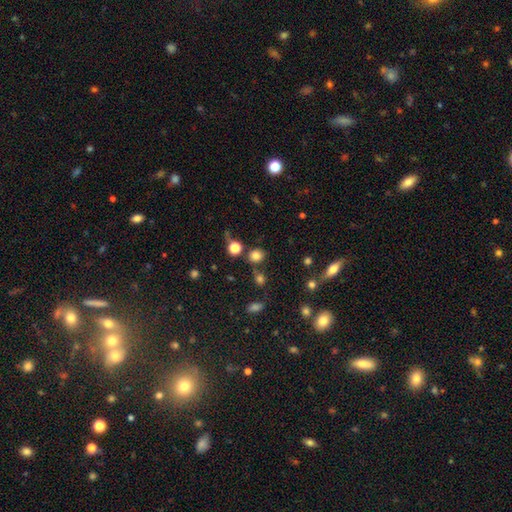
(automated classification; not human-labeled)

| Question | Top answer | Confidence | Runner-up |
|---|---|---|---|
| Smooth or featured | smooth | 78% | star or artifact (15%) |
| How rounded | round | 82% | in between (17%) |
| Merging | none | 75% | minor disturbance (10%) |